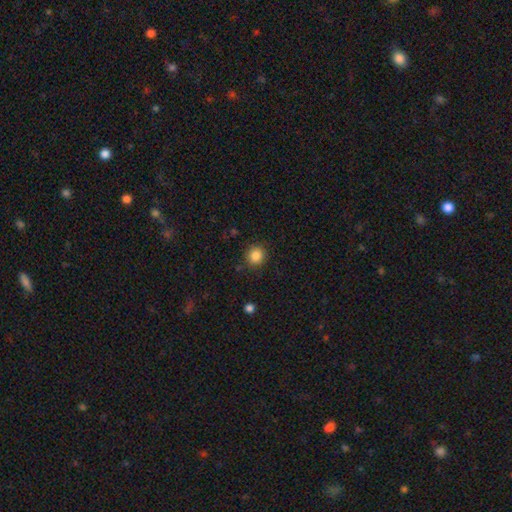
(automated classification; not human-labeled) This is clearly a smooth galaxy (86%). How rounded: clearly round (89%). Merging: clearly none (87%).